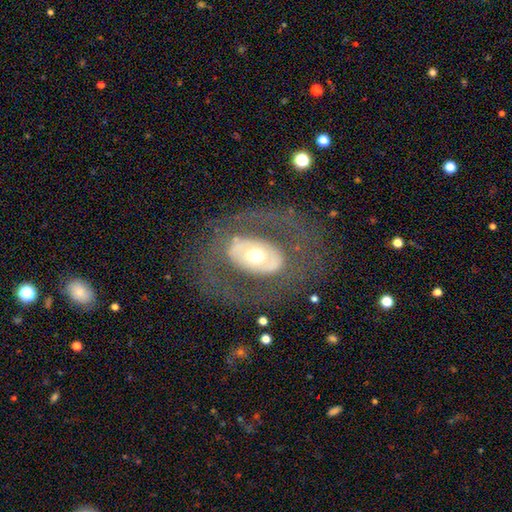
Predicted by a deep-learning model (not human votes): Overall: featured or disk (63%; smooth 30%). Edge-on disk: no (92%). Bar: no (80%). Spiral arms: no (75%). Bulge size: moderate (63%; large 25%). Merging: none (75%).